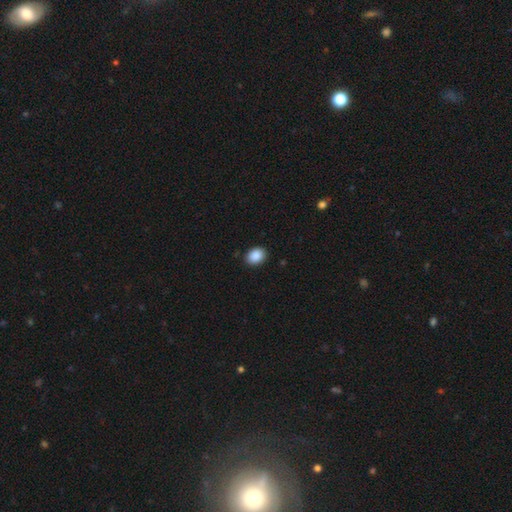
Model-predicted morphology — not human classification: This appears to be a smooth galaxy with no disk features (89%) that is in between round and cigar-shaped (64%). Merging: none (89%).